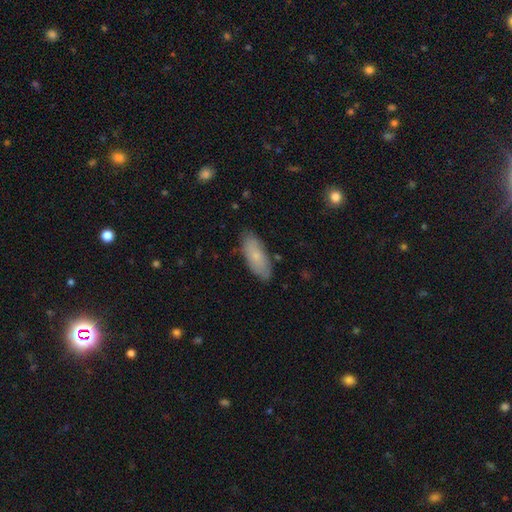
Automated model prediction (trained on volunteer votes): Smooth or featured?
  - smooth: 72% *
  - featured or disk: 22%
  - star or artifact: 6%
How rounded?
  - in between: 77% *
  - cigar-shaped: 21%
  - round: 2%
Merging?
  - none: 82% *
  - minor disturbance: 14%
  - major disturbance: 2%
  - merger: 1%